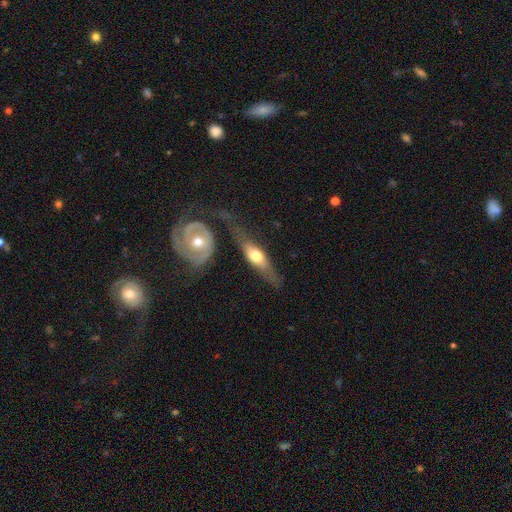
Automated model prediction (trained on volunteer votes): The model was most divided on "smooth or featured": featured or disk: 56%, smooth: 38%, star or artifact: 5%. Remaining: edge-on disk — yes (72%); merging — none (48%).